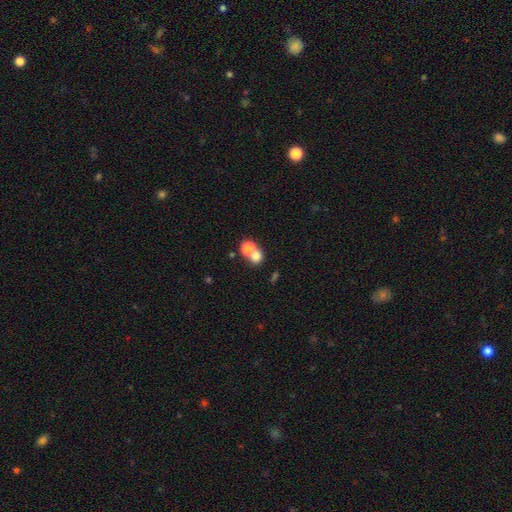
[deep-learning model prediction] This appears to be a smooth galaxy with no disk features (73%) that is round (72%). Merging: merger (55%).